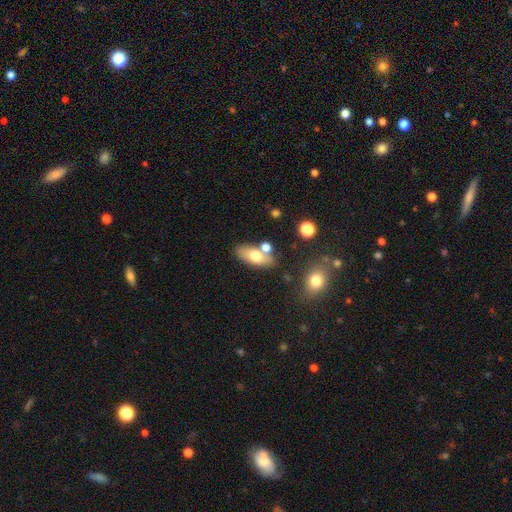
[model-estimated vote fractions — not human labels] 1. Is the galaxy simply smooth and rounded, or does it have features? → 68% smooth, 24% featured or disk, 8% star or artifact.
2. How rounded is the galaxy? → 83% in between, 10% cigar-shaped, 6% round.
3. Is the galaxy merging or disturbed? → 65% none, 18% merger, 13% minor disturbance, 4% major disturbance.